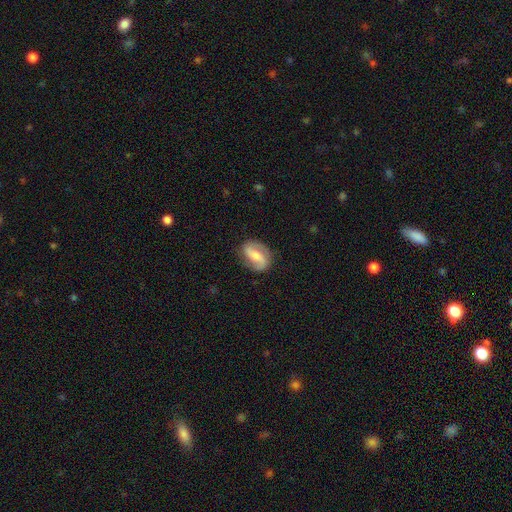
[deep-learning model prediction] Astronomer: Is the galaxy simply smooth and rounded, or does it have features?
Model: featured or disk — 75%.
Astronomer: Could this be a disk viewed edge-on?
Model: no — 97%.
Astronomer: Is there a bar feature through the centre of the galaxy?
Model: weak — 38%, tied with strong at 38%.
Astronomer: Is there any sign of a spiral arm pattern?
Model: yes — 93%.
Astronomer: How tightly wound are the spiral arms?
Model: medium — 44% (runner-up: loose, 34%).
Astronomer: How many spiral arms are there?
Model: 2 — 90%.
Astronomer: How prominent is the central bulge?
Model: moderate — 43% (runner-up: small, 37%).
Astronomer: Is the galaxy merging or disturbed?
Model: none — 80%.